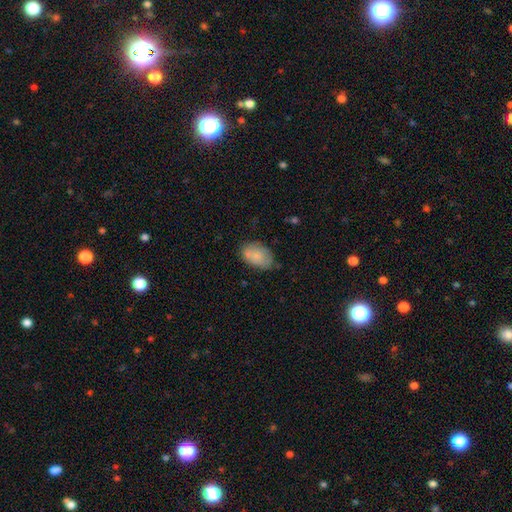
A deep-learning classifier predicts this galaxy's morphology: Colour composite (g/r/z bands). It shows a smooth galaxy with no disk features (80%) that is in between round and cigar-shaped (89%). Merging: none (65%).